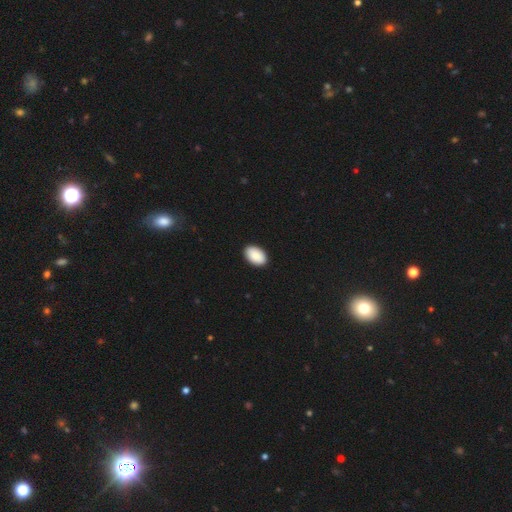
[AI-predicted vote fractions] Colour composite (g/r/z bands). It shows a smooth galaxy with no disk features (91%) that is in between round and cigar-shaped (93%). Merging: none (91%).